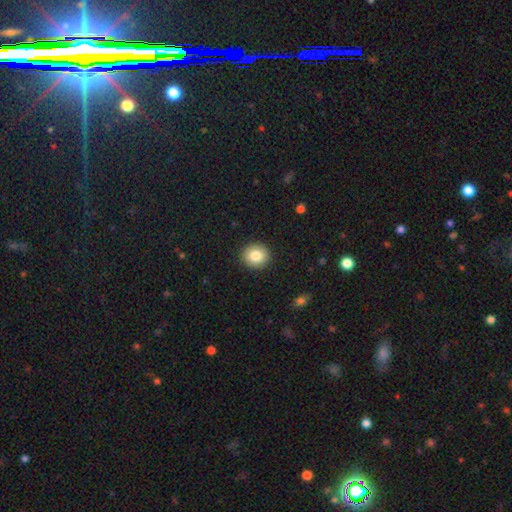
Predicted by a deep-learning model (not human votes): Smooth or featured: smooth — 83% (star or artifact — 9%)
How rounded: round — 88% (in between — 11%)
Merging: none — 92% (minor disturbance — 5%)